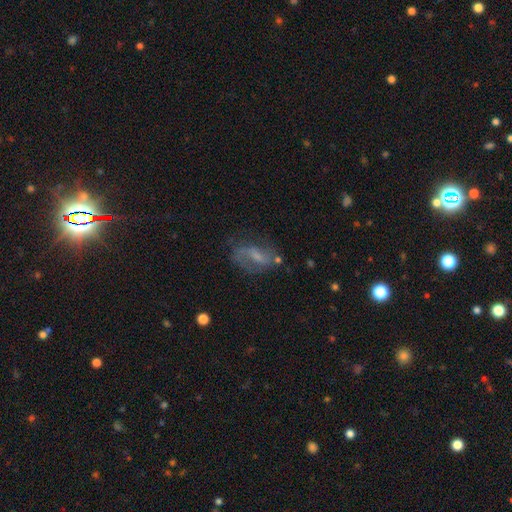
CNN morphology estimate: smooth-or-featured: featured or disk: 63% | smooth: 26% | star or artifact: 11%
  disk-edge-on: no: 94% | yes: 6%
    bar: weak: 49% | no: 28% | strong: 22%
    has-spiral-arms: yes: 80% | no: 20%
    bulge-size: small: 43% | none: 27% | moderate: 26% | large: 3% | dominant: 1%
  merging: none: 56% | minor disturbance: 22% | major disturbance: 17% | merger: 5%